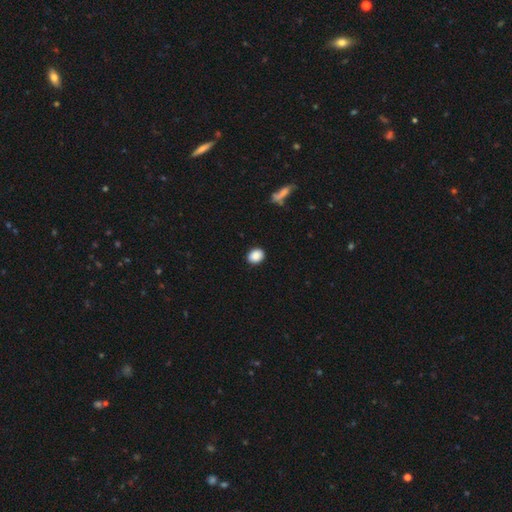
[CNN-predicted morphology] A smooth galaxy with no disk features (88%) that is in between round and cigar-shaped (50%). Merging: none (89%).